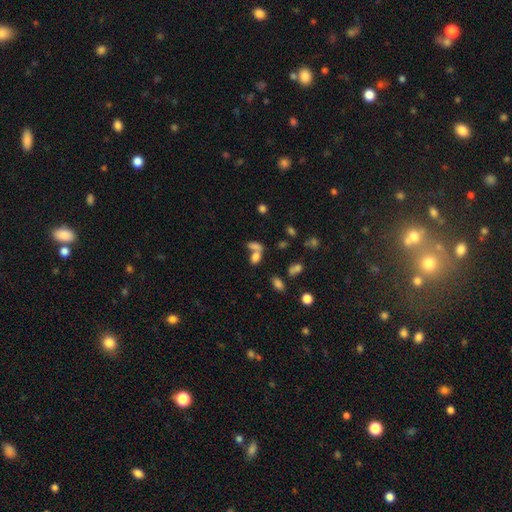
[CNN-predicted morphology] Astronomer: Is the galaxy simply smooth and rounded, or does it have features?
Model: smooth — 72%.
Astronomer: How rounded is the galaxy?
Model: in between — 77%.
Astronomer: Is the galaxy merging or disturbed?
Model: merger — 52% (runner-up: none, 32%).